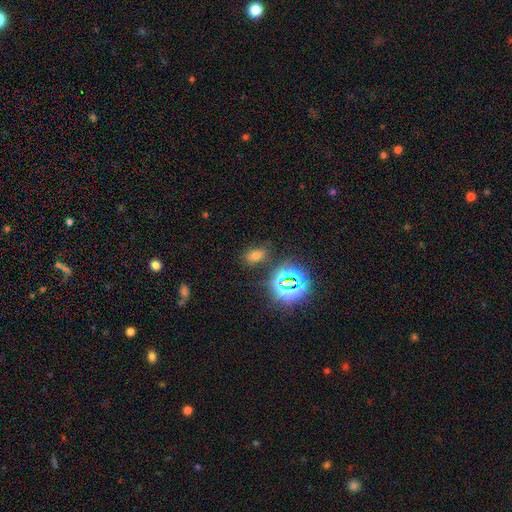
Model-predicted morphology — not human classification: Smooth or featured? Predicted: smooth (p=0.59). How rounded? Predicted: in between (p=0.83). Merging? Predicted: none (p=0.78).